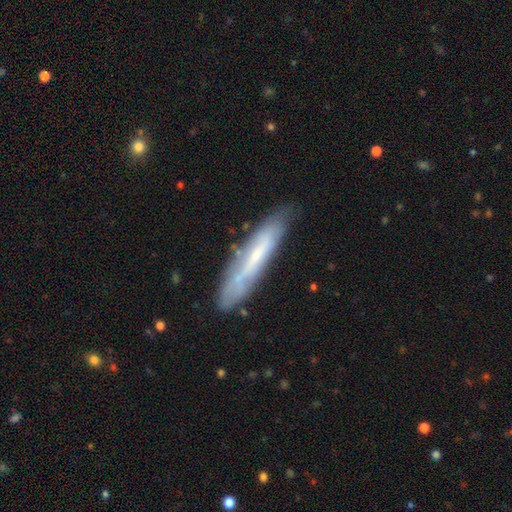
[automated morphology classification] Smooth or featured?
  - featured or disk: 49% *
  - smooth: 44%
  - star or artifact: 7%
Merging?
  - none: 72% *
  - minor disturbance: 20%
  - major disturbance: 5%
  - merger: 3%